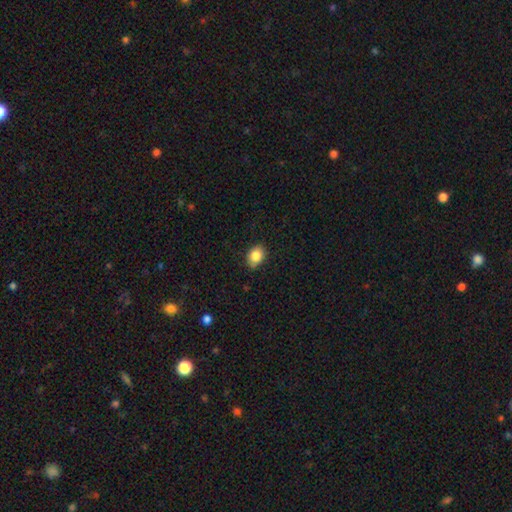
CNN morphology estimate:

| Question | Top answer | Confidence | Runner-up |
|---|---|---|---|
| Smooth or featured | smooth | 86% | star or artifact (9%) |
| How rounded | in between | 61% | round (38%) |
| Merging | none | 78% | minor disturbance (18%) |